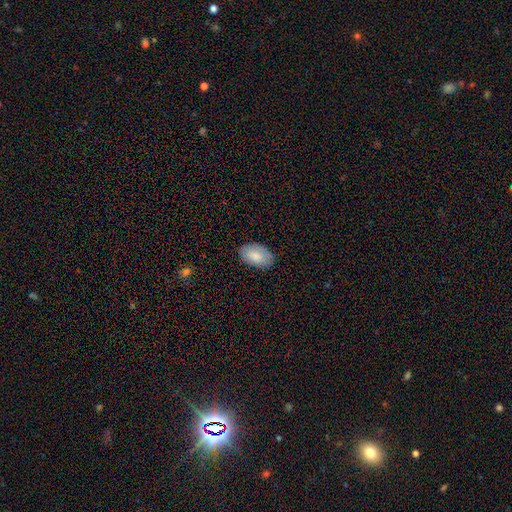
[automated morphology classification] Smooth or featured? Predicted: smooth (p=0.83). How rounded? Predicted: in between (p=0.94). Merging? Predicted: none (p=0.84).